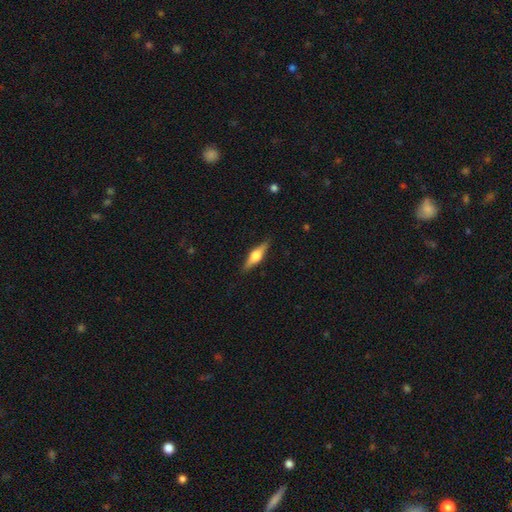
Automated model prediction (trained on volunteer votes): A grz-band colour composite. It shows a featured or disk galaxy (63%) viewed edge-on (96%) with a rounded central bulge (92%). Merging: none (89%).